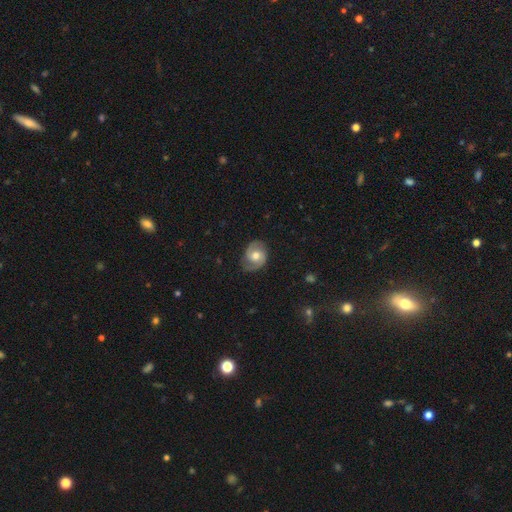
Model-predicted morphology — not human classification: Q: Smooth or featured?
A: featured or disk (73%); runner-up: smooth (21%)
Q: Edge-on disk?
A: no (97%); runner-up: yes (3%)
Q: Bar?
A: no (56%); runner-up: weak (37%)
Q: Spiral arms?
A: yes (93%); runner-up: no (7%)
Q: Spiral winding?
A: medium (50%); runner-up: tight (30%)
Q: Spiral arm count?
A: 2 (89%); runner-up: can't tell (5%)
Q: Bulge size?
A: moderate (71%); runner-up: small (13%)
Q: Merging?
A: none (77%); runner-up: minor disturbance (17%)